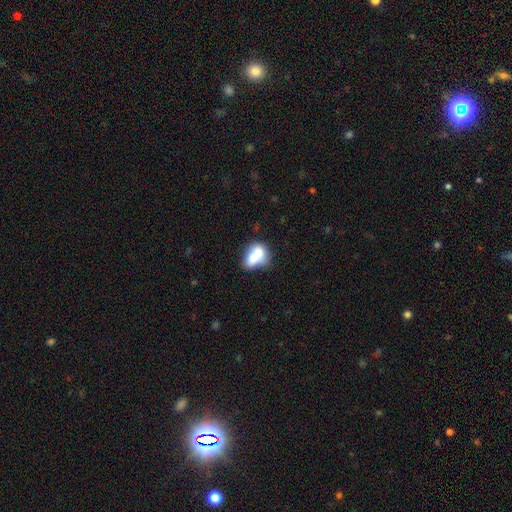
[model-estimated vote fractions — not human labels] smooth-or-featured: smooth: 69% | featured or disk: 22% | star or artifact: 9%
  how-rounded: in between: 77% | round: 19% | cigar-shaped: 4%
  merging: merger: 49% | none: 27% | minor disturbance: 15% | major disturbance: 8%